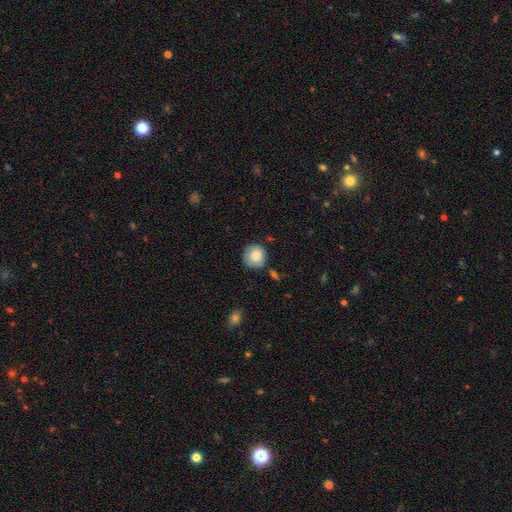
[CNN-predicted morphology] Overall: smooth (83%). How rounded: round (92%). Merging: none (76%).